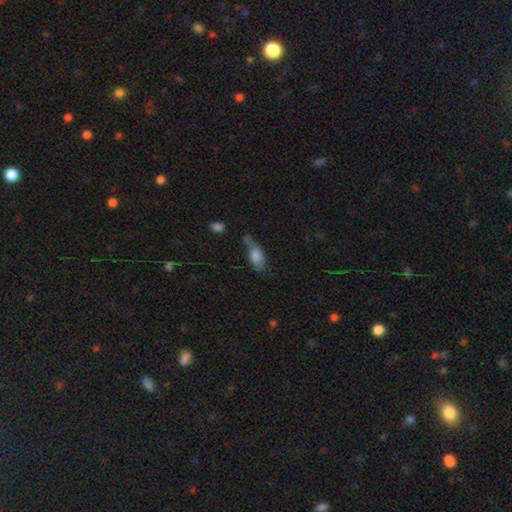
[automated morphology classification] smooth 77%, featured or disk 14%, star or artifact 9%. Down the decision tree: how rounded — in between (83%); merging — none (36%).